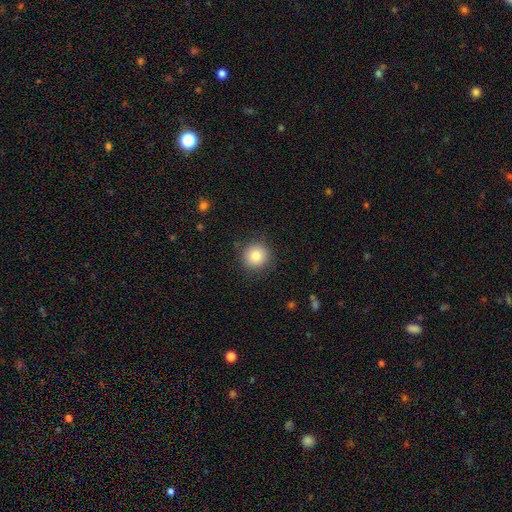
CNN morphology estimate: type=smooth (84%); roundness=round (94%); merging=none (88%).